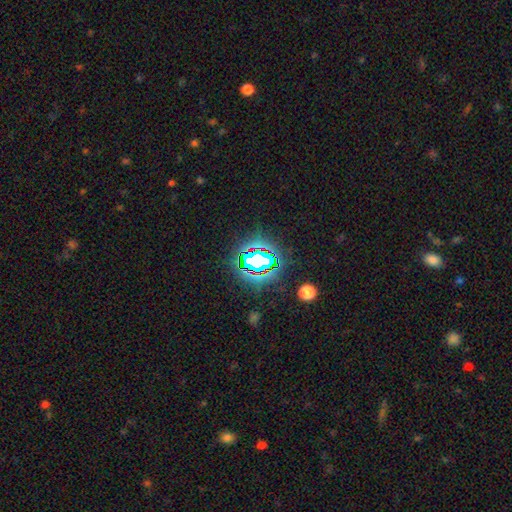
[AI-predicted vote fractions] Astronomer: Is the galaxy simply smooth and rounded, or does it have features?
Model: star or artifact — 81%.